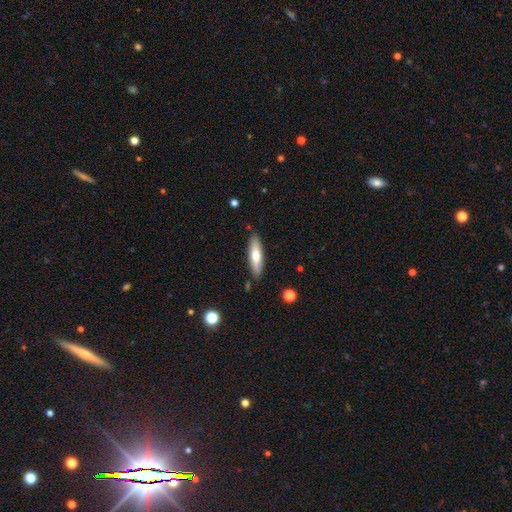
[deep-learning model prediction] smooth-or-featured: smooth: 65% | featured or disk: 29% | star or artifact: 6%
  how-rounded: cigar-shaped: 65% | in between: 34% | round: 2%
  merging: none: 85% | minor disturbance: 11% | merger: 2% | major disturbance: 2%